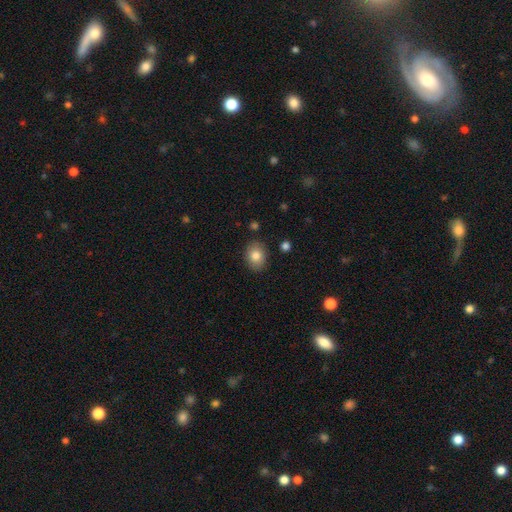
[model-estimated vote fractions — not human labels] Smooth or featured?
  - smooth: 82% *
  - featured or disk: 10%
  - star or artifact: 8%
How rounded?
  - in between: 60% *
  - round: 39%
  - cigar-shaped: 1%
Merging?
  - none: 86% *
  - minor disturbance: 9%
  - major disturbance: 2%
  - merger: 2%